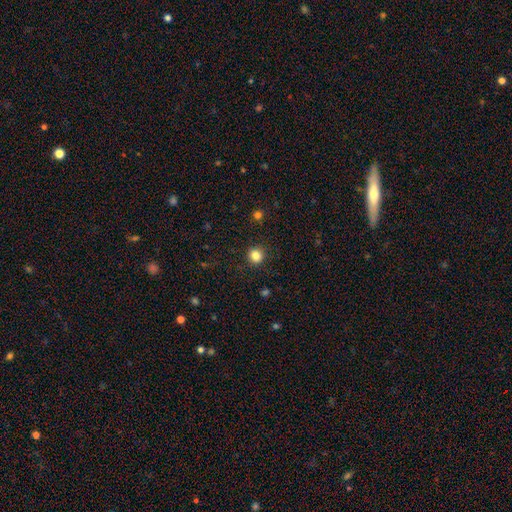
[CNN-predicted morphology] smooth_or_featured: smooth (p=0.83) [alt: star or artifact p=0.12]
how_rounded: round (p=0.90) [alt: in between p=0.09]
merging: none (p=0.90) [alt: minor disturbance p=0.06]